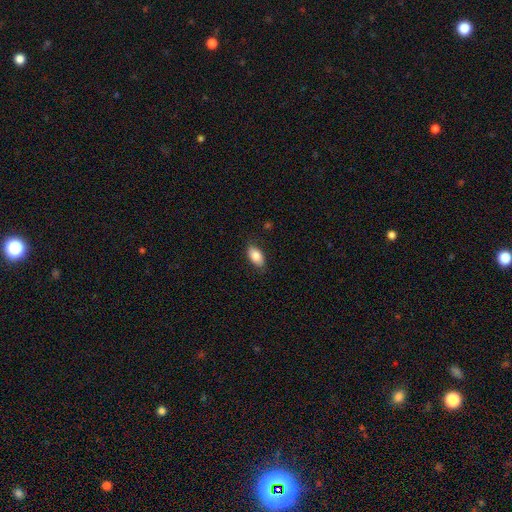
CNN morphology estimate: The model was most divided on "merging": none: 84%, minor disturbance: 13%, major disturbance: 3%, merger: 1%. More confident: how rounded — in between (92%); smooth or featured — smooth (83%).